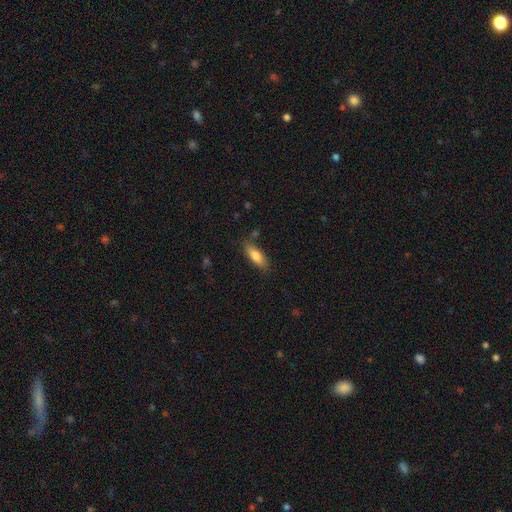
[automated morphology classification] Smooth or featured: smooth — 77% (featured or disk — 16%)
How rounded: in between — 58% (cigar-shaped — 39%)
Merging: none — 77% (minor disturbance — 16%)